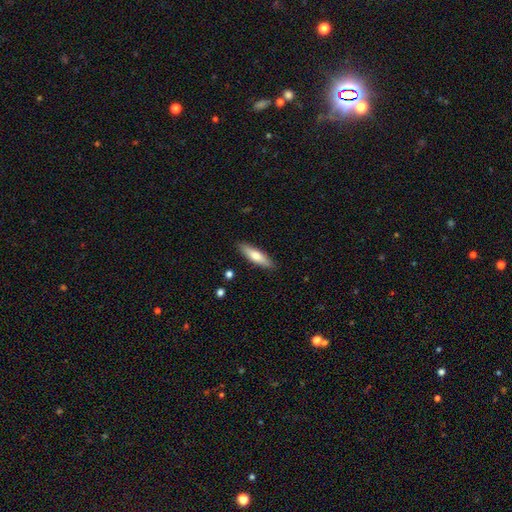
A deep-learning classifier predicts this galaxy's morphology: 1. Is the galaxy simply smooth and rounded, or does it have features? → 67% smooth, 27% featured or disk, 6% star or artifact.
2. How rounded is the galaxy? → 66% cigar-shaped, 32% in between, 2% round.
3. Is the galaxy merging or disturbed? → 89% none, 8% minor disturbance, 2% major disturbance, 1% merger.